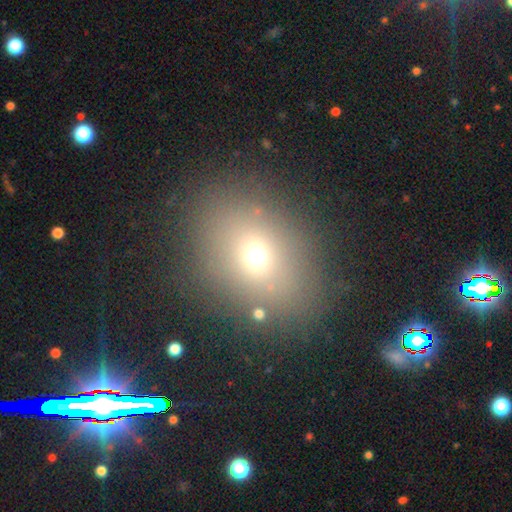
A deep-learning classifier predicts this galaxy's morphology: A smooth galaxy with no disk features (65%) that is in between round and cigar-shaped (56%). Merging: none (83%).